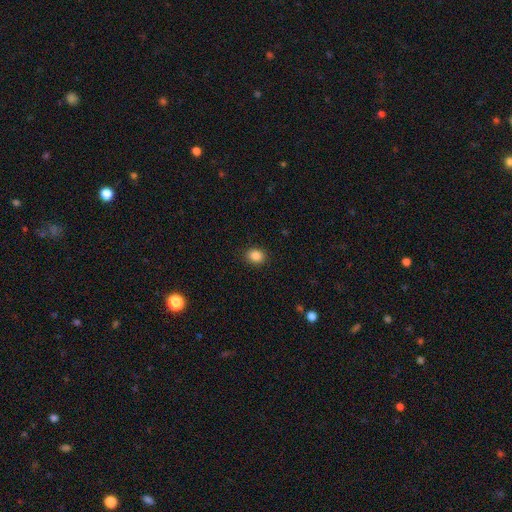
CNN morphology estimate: smooth_or_featured: smooth (p=0.86) [alt: star or artifact p=0.10]
how_rounded: round (p=0.65) [alt: in between p=0.35]
merging: none (p=0.90) [alt: minor disturbance p=0.07]